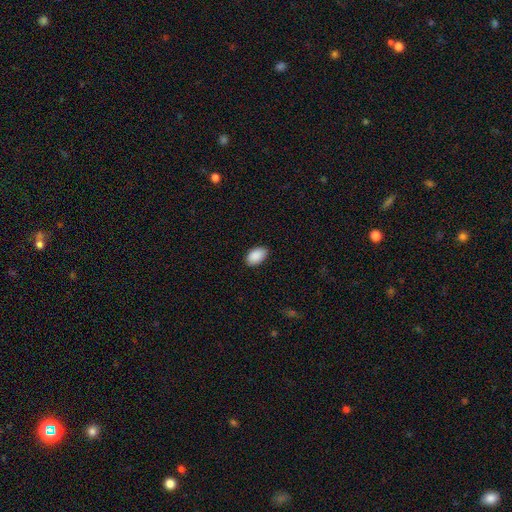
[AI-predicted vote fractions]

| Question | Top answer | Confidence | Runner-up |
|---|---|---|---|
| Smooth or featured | smooth | 91% | star or artifact (6%) |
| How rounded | in between | 94% | round (5%) |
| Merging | none | 86% | minor disturbance (11%) |